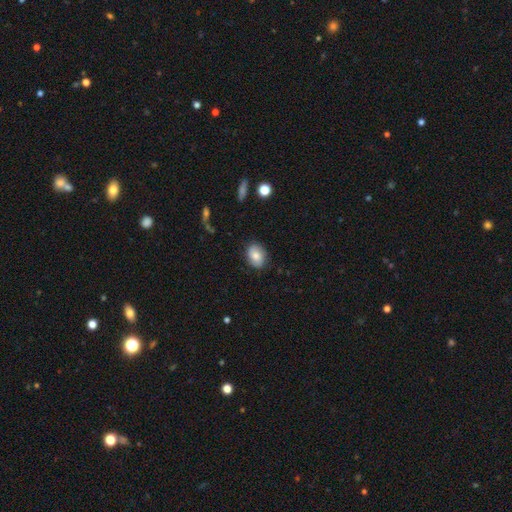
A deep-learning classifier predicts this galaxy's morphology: A smooth galaxy with no disk features (77%) that is in between round and cigar-shaped (73%). Merging: none (84%).